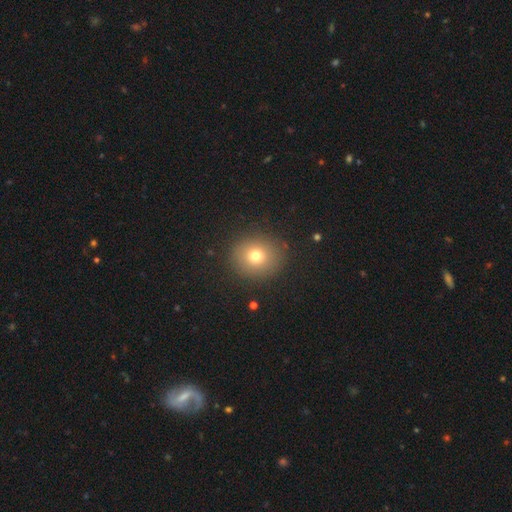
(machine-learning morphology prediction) A smooth galaxy with no disk features (73%) that is round (83%).

Vote fractions:
- Smooth or featured? smooth: 73% / star or artifact: 15% / featured or disk: 12%
- How rounded? round: 83% / in between: 16% / cigar-shaped: 1%
- Merging? none: 88% / minor disturbance: 8% / major disturbance: 3% / merger: 1%